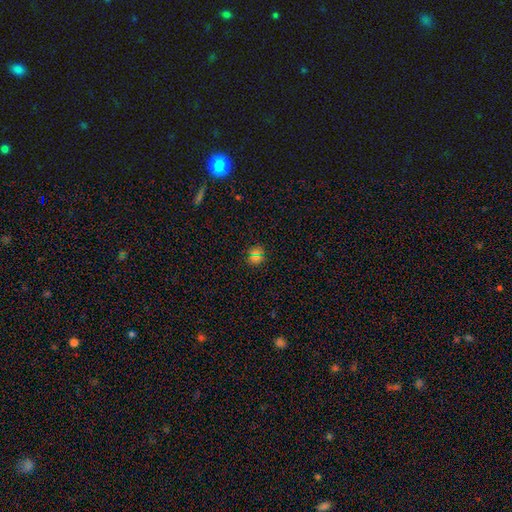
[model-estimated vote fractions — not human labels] smooth-or-featured: smooth: 61% | star or artifact: 31% | featured or disk: 8%
  how-rounded: round: 82% | in between: 16% | cigar-shaped: 2%
  merging: none: 87% | minor disturbance: 8% | major disturbance: 3% | merger: 2%